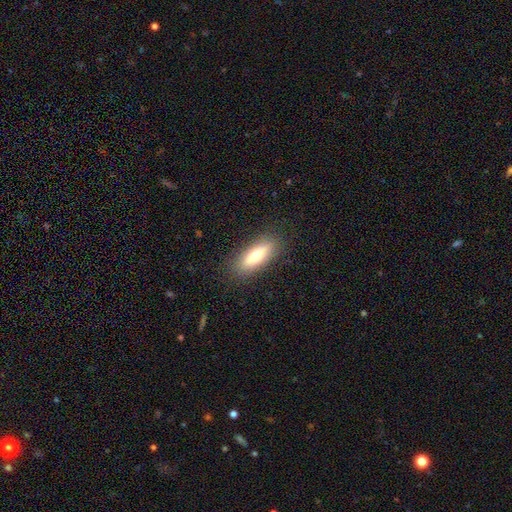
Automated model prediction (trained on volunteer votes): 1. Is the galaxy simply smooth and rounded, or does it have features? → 61% smooth, 32% featured or disk, 7% star or artifact.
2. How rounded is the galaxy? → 54% in between, 43% cigar-shaped, 3% round.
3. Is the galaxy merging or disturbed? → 87% none, 9% minor disturbance, 3% major disturbance, 1% merger.